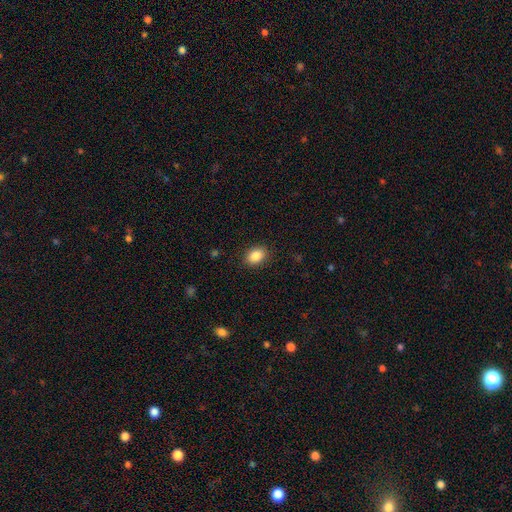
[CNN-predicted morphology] The model was most divided on "how rounded": in between: 75%, round: 24%, cigar-shaped: 1%. More confident: merging — none (88%); smooth or featured — smooth (87%).